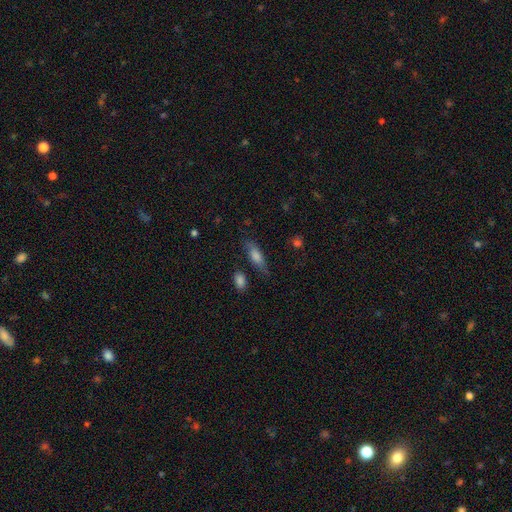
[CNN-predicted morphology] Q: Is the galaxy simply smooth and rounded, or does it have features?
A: smooth — 63%.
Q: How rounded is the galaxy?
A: in between — 53%.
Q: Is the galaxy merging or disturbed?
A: none — 71%.